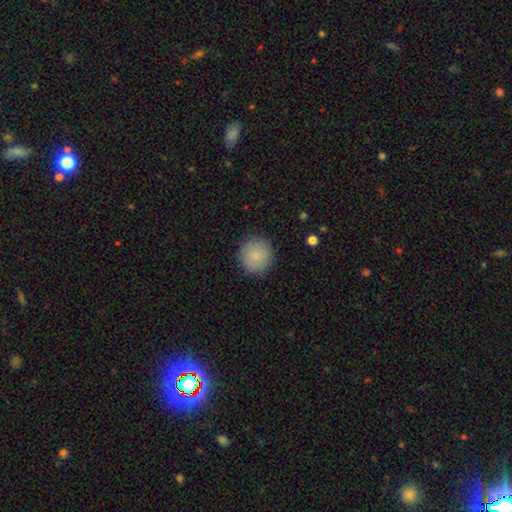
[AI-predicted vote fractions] Morphology: type=smooth (86%); roundness=round (94%); merging=none (89%).